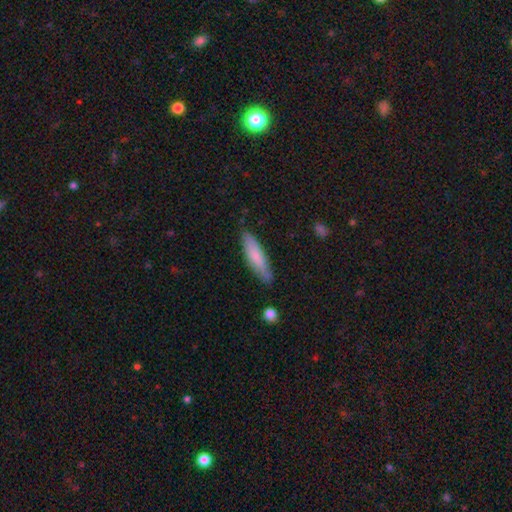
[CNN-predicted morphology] Smooth or featured: smooth — 74% (featured or disk — 21%)
How rounded: cigar-shaped — 72% (in between — 27%)
Merging: none — 81% (minor disturbance — 14%)